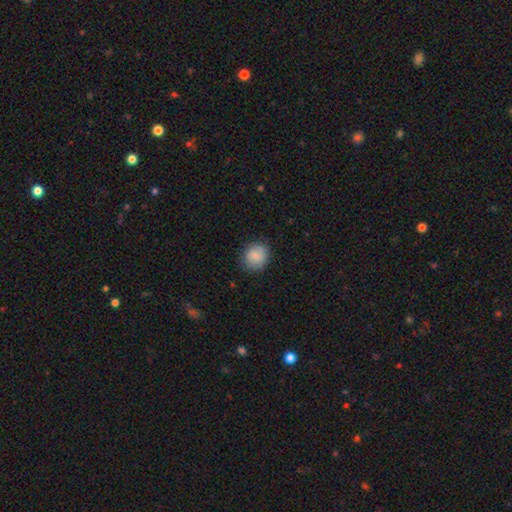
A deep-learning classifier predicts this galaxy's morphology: type=smooth (82%); roundness=round (74%); merging=none (83%).